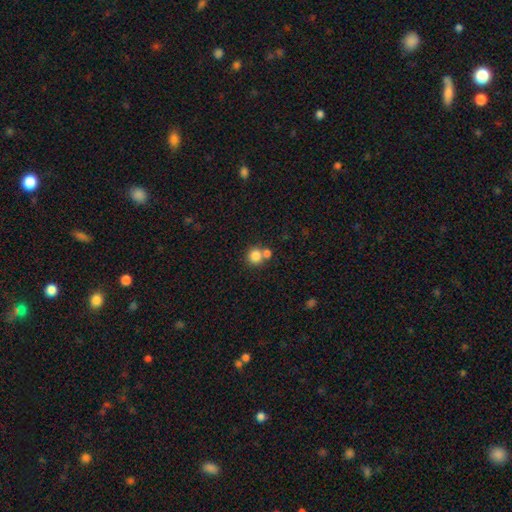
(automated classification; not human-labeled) Smooth or featured?
  - smooth: 83% *
  - star or artifact: 11%
  - featured or disk: 7%
How rounded?
  - round: 90% *
  - in between: 9%
  - cigar-shaped: 1%
Merging?
  - none: 56% *
  - merger: 34%
  - minor disturbance: 7%
  - major disturbance: 3%